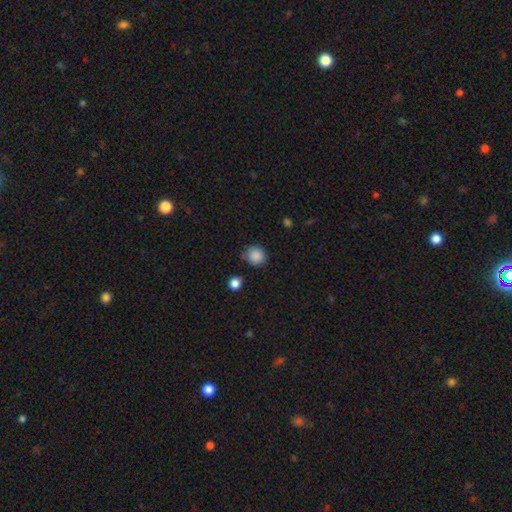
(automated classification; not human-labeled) Smooth or featured? smooth (87%)
How rounded? round (88%)
Merging? none (71%)